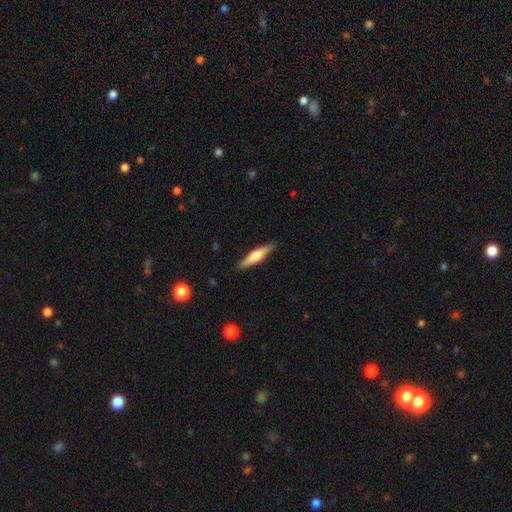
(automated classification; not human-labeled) This is possibly a smooth galaxy (53%). How rounded: clearly cigar-shaped (83%). Merging: clearly none (88%).